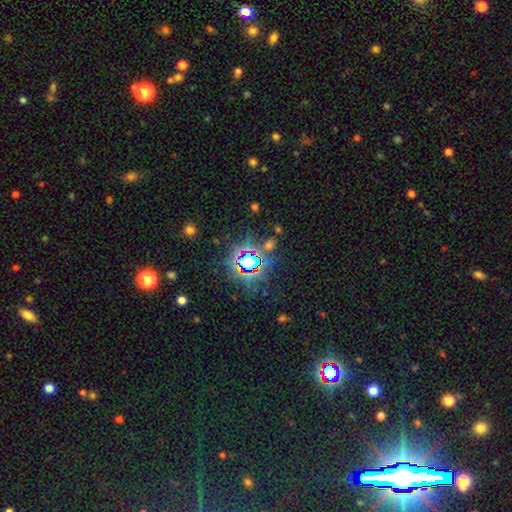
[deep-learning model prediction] smooth-or-featured: star or artifact: 78% | smooth: 14% | featured or disk: 8%